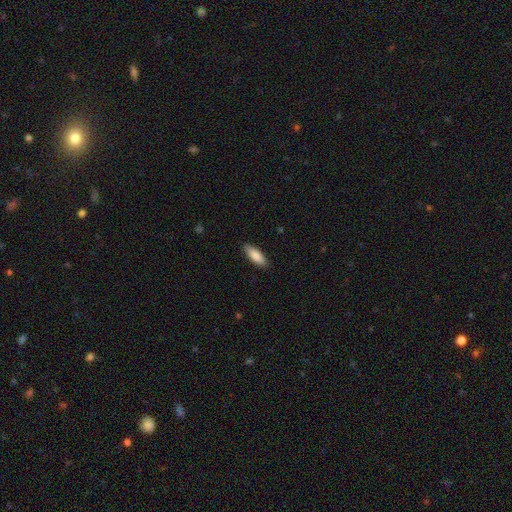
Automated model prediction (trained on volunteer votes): Smooth or featured? Predicted: smooth (p=0.87). How rounded? Predicted: in between (p=0.66). Merging? Predicted: none (p=0.88).